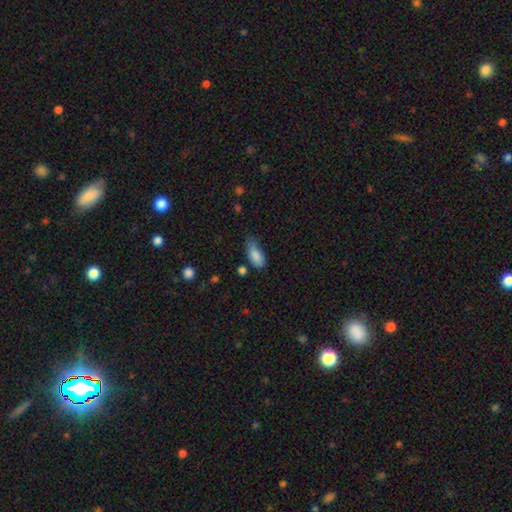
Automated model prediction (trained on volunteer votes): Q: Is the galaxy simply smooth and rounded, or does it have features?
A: smooth — 85%.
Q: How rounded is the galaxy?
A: in between — 88%.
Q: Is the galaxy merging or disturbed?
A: minor disturbance — 42%, tied with none.